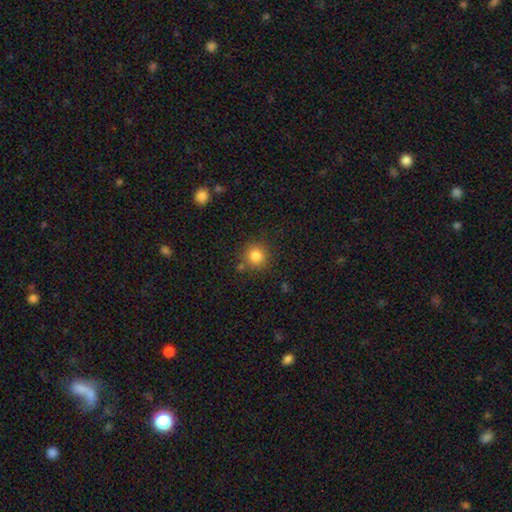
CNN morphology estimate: type=smooth (83%); roundness=round (92%); merging=none (82%).